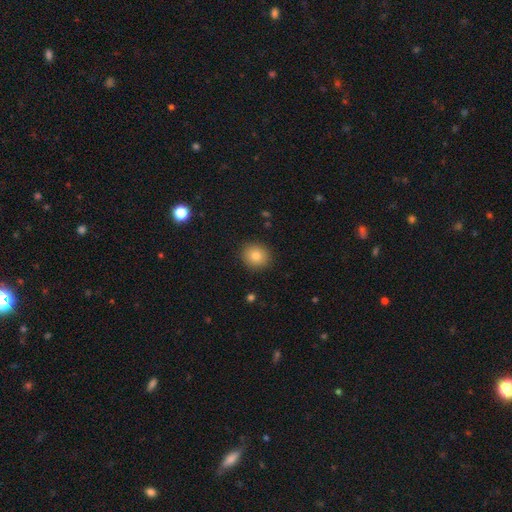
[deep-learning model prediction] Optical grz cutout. It shows a smooth galaxy with no disk features (82%) that is round (84%). Merging: none (90%).